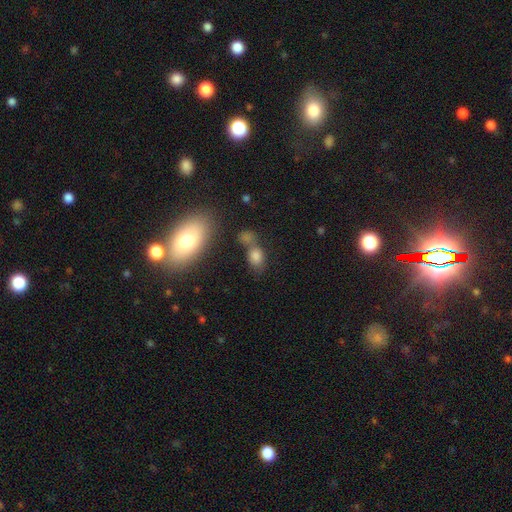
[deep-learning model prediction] This appears to be a smooth galaxy with no disk features (78%) that is in between round and cigar-shaped (77%). Merging: none (45%).